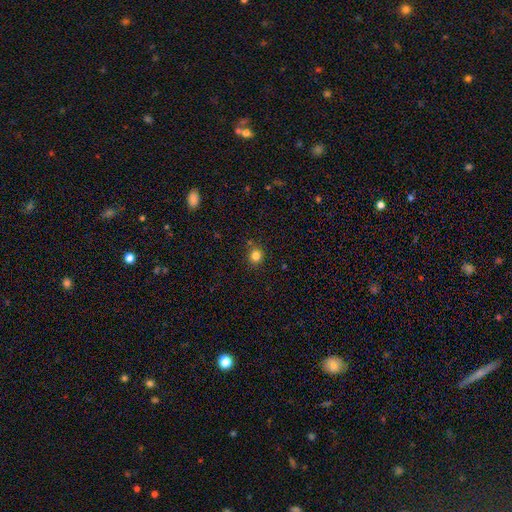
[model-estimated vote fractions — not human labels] Q: Smooth or featured?
A: smooth (82%); runner-up: star or artifact (13%)
Q: How rounded?
A: round (91%); runner-up: in between (8%)
Q: Merging?
A: none (84%); runner-up: minor disturbance (9%)